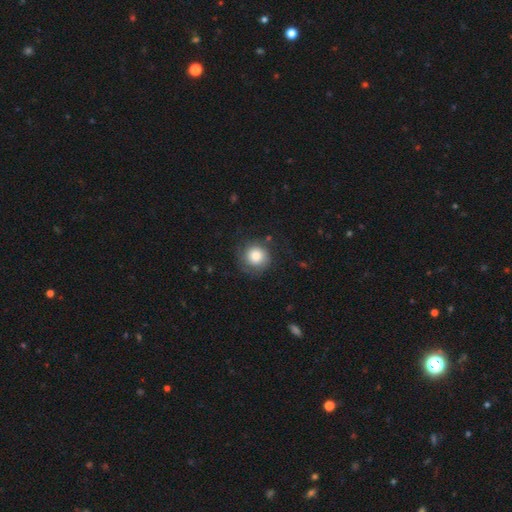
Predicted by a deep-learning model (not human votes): Smooth or featured? smooth (73%)
How rounded? round (92%)
Merging? none (70%)